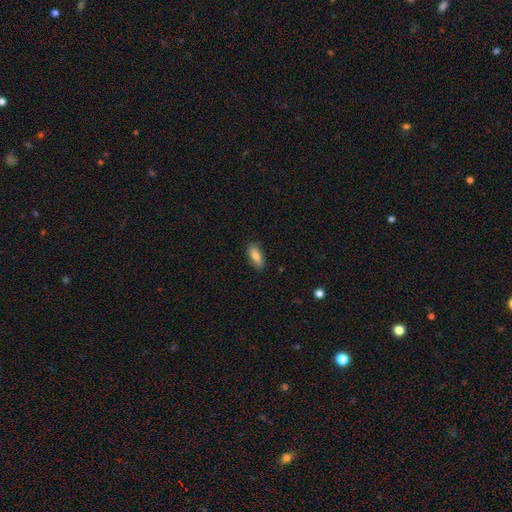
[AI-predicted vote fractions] Morphology: type=smooth (81%); roundness=in between (78%); merging=none (84%).